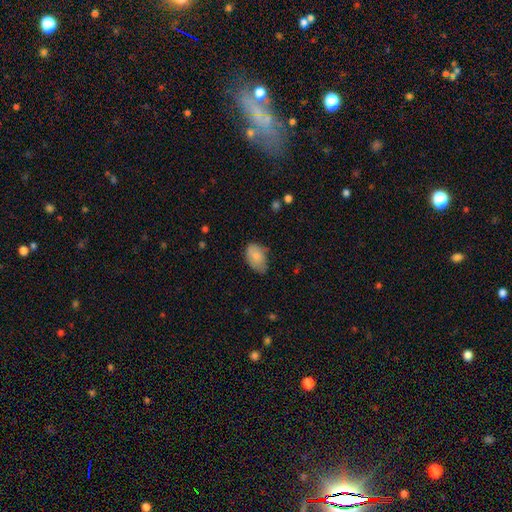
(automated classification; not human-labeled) smooth_or_featured: smooth (p=0.80) [alt: featured or disk p=0.13]
how_rounded: in between (p=0.90) [alt: round p=0.09]
merging: none (p=0.58) [alt: minor disturbance p=0.34]